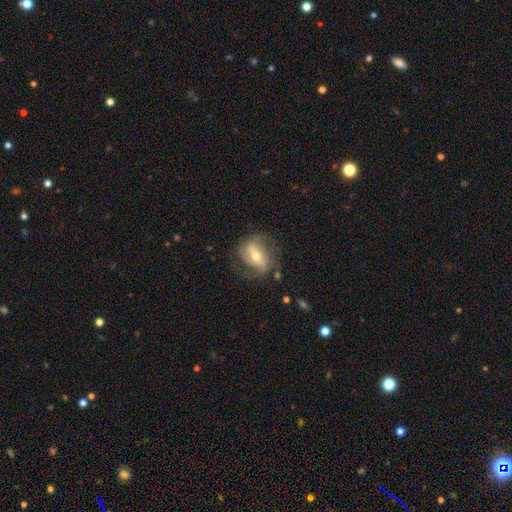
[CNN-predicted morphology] Smooth or featured? featured or disk (63%)
Edge-on disk? no (91%)
Bar? strong (44%)
Spiral arms? yes (69%)
Bulge size? moderate (64%)
Merging? none (60%)